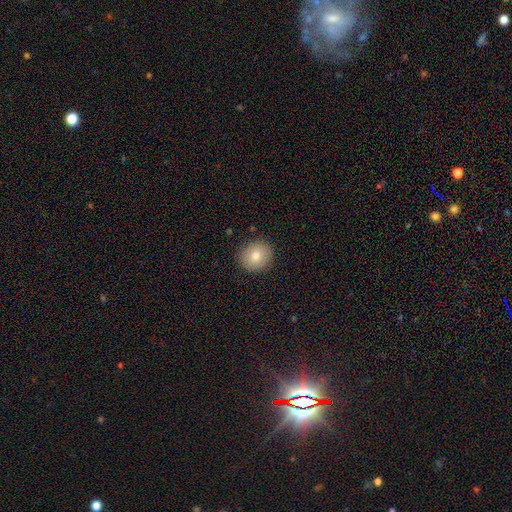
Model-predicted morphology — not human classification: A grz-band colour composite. It shows a smooth galaxy with no disk features (79%) that is round (87%). Merging: none (90%).